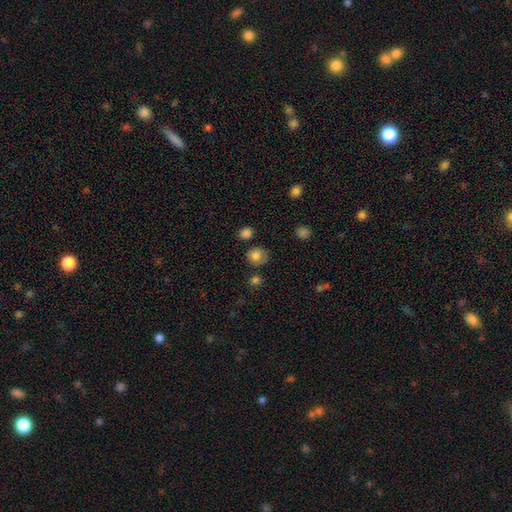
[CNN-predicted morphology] The model was most divided on "merging": none: 73%, minor disturbance: 16%, major disturbance: 5%, merger: 5%. More confident: how rounded — round (81%); smooth or featured — smooth (80%).